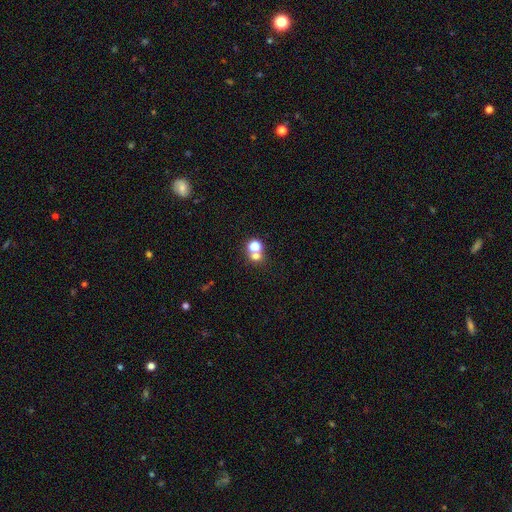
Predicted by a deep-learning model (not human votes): Morphology: type=smooth (64%); roundness=round (79%); merging=none (50%).